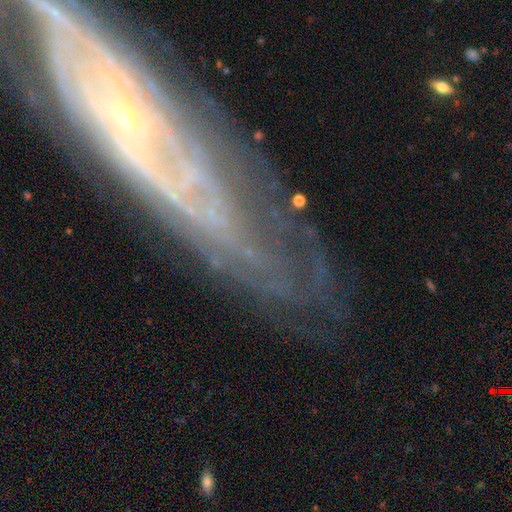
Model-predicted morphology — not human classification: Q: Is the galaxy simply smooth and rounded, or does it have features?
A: featured or disk — 69%.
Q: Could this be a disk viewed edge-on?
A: no — 75%.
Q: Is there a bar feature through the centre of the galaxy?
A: no — 62%.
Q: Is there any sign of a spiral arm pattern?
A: yes — 74%.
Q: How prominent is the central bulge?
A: small — 55%.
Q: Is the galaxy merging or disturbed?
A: none — 62%.